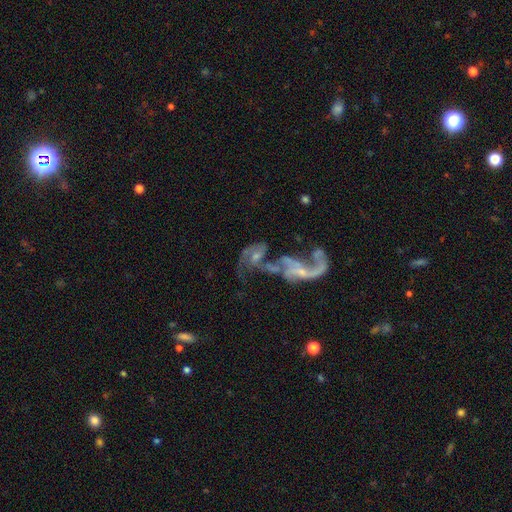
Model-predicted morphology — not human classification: A featured or disk galaxy (75%) with no bar (66%), 2 (43%) loose (74%) spiral arms (70%) and a small central bulge (47%).

Vote fractions:
- Smooth or featured? featured or disk: 75% / smooth: 13% / star or artifact: 12%
- Edge-on disk? no: 96% / yes: 4%
- Bar? no: 66% / weak: 26% / strong: 8%
- Spiral arms? yes: 70% / no: 30%
- Spiral winding? loose: 74% / medium: 20% / tight: 6%
- Spiral arm count? 2: 43% / 1: 21% / can't tell: 18% / 3: 10% / 4: 4% / more than 4: 4%
- Bulge size? small: 47% / none: 25% / moderate: 24% / large: 2% / dominant: 1%
- Merging? merger: 60% / major disturbance: 21% / none: 12% / minor disturbance: 6%